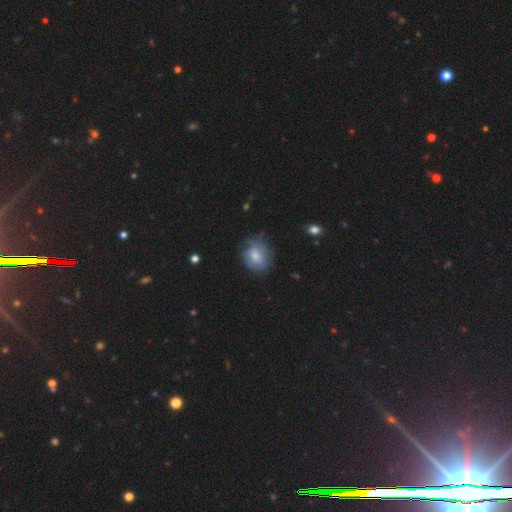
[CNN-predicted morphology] type=smooth (59%); roundness=round (56%); merging=none (61%).